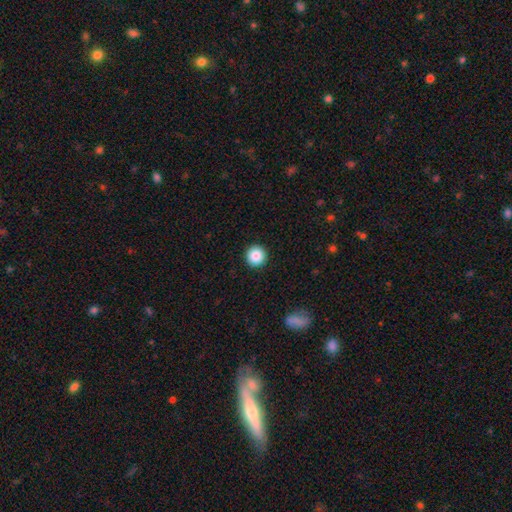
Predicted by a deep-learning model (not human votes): Smooth or featured?
  - smooth: 87% *
  - star or artifact: 9%
  - featured or disk: 4%
How rounded?
  - round: 96% *
  - in between: 3%
  - cigar-shaped: 1%
Merging?
  - none: 93% *
  - minor disturbance: 4%
  - major disturbance: 2%
  - merger: 1%